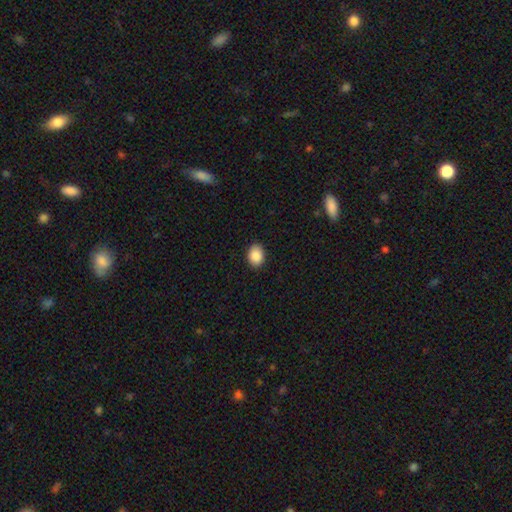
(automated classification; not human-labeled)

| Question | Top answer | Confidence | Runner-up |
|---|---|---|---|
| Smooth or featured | smooth | 89% | star or artifact (8%) |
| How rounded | in between | 70% | round (29%) |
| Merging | none | 89% | minor disturbance (8%) |